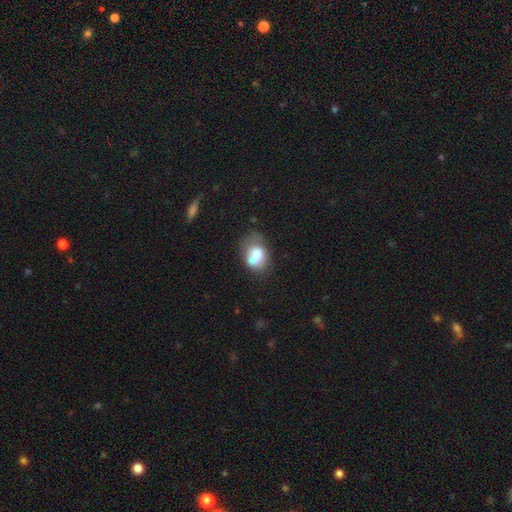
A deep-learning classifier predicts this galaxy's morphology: The model was most divided on "merging": none: 30%, merger: 26%, minor disturbance: 25%, major disturbance: 18%. More confident: how rounded — in between (73%); smooth or featured — smooth (70%).